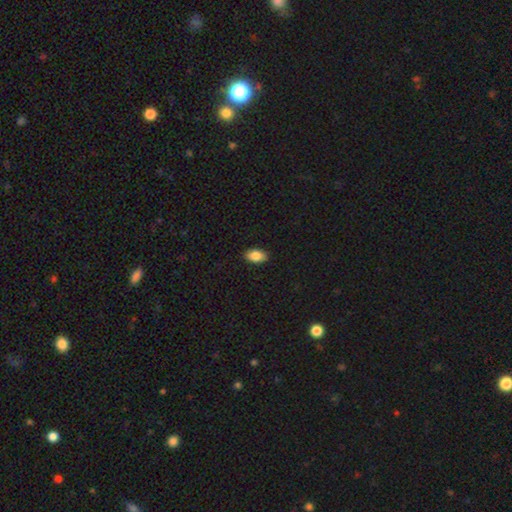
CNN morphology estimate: Smooth or featured?
  - smooth: 86% *
  - star or artifact: 8%
  - featured or disk: 7%
How rounded?
  - in between: 93% *
  - round: 5%
  - cigar-shaped: 2%
Merging?
  - none: 90% *
  - minor disturbance: 7%
  - major disturbance: 2%
  - merger: 1%